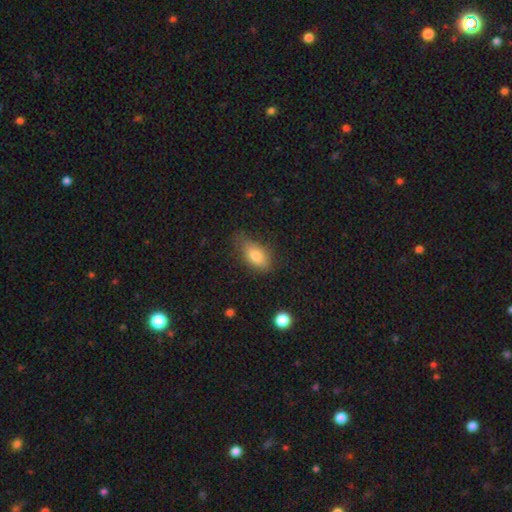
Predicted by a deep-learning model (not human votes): This is clearly a smooth galaxy (81%). How rounded: clearly in between (88%). Merging: likely none (62%).